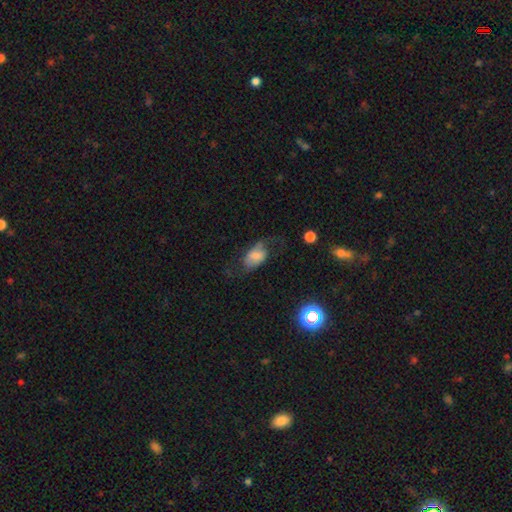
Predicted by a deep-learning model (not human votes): This appears to be a smooth galaxy with no disk features (55%) that is in between round and cigar-shaped (87%). Merging: none (42%).